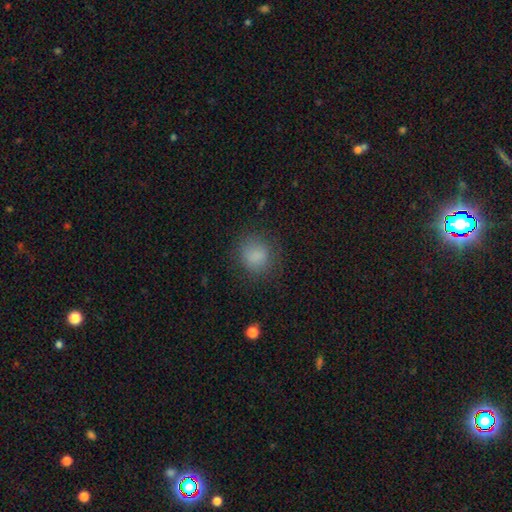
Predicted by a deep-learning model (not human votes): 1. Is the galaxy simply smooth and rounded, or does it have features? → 83% smooth, 10% star or artifact, 6% featured or disk.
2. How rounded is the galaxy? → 77% round, 22% in between, 1% cigar-shaped.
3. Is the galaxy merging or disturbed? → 78% none, 15% minor disturbance, 6% major disturbance, 1% merger.